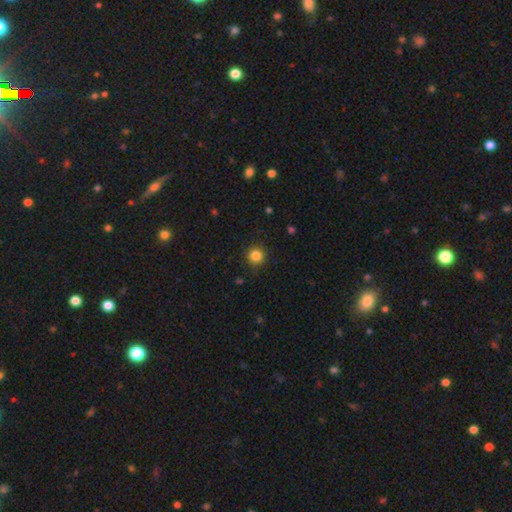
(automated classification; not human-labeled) smooth-or-featured: smooth: 84% | star or artifact: 12% | featured or disk: 4%
  how-rounded: round: 94% | in between: 5% | cigar-shaped: 1%
  merging: none: 89% | minor disturbance: 7% | major disturbance: 2% | merger: 1%